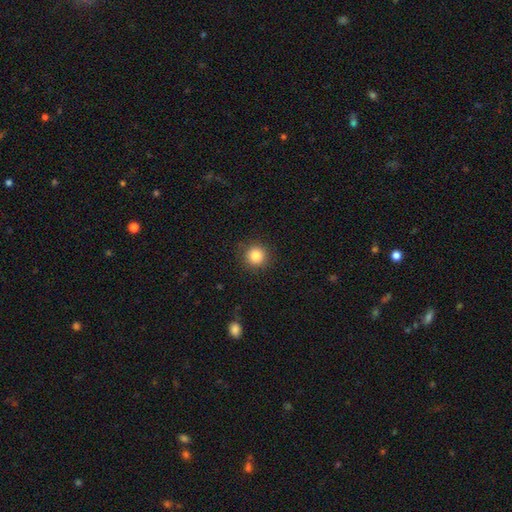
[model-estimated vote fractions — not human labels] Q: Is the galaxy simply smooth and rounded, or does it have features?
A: smooth — 85%.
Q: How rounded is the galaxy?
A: round — 94%.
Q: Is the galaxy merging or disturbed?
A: none — 90%.